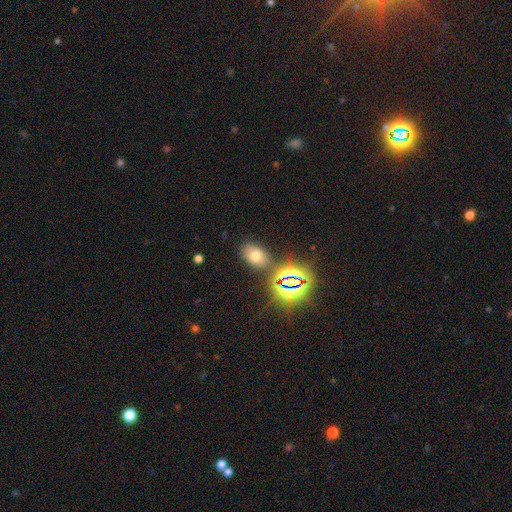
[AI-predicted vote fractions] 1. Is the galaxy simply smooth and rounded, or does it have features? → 60% smooth, 28% star or artifact, 12% featured or disk.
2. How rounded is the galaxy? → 84% in between, 14% round, 2% cigar-shaped.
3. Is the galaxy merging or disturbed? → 77% none, 12% minor disturbance, 6% merger, 4% major disturbance.